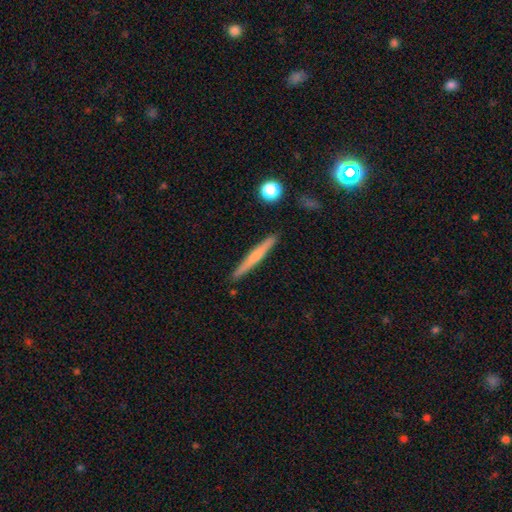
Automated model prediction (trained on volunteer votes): This is possibly a smooth galaxy (47%). Merging: clearly none (90%).